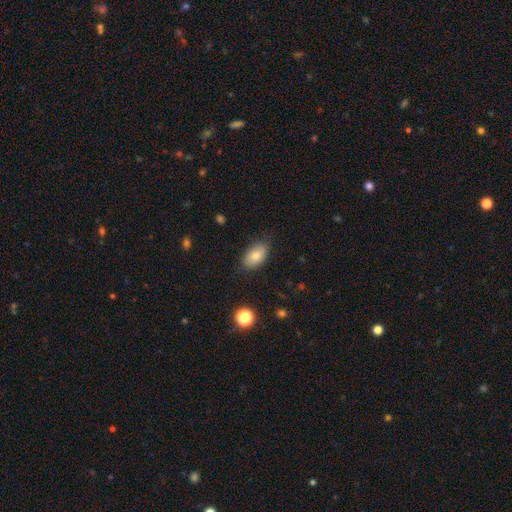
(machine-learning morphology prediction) This is likely a smooth galaxy (75%). How rounded: clearly in between (89%). Merging: likely none (80%).